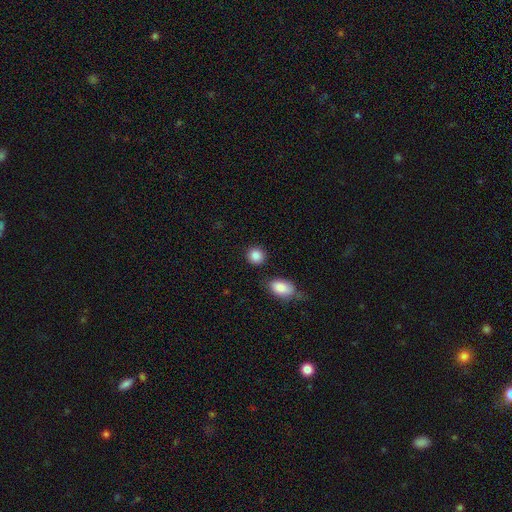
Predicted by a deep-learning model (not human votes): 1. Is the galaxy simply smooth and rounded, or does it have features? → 87% smooth, 9% star or artifact, 4% featured or disk.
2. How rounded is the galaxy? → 87% round, 12% in between, 1% cigar-shaped.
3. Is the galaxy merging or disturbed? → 84% none, 8% minor disturbance, 6% merger, 3% major disturbance.